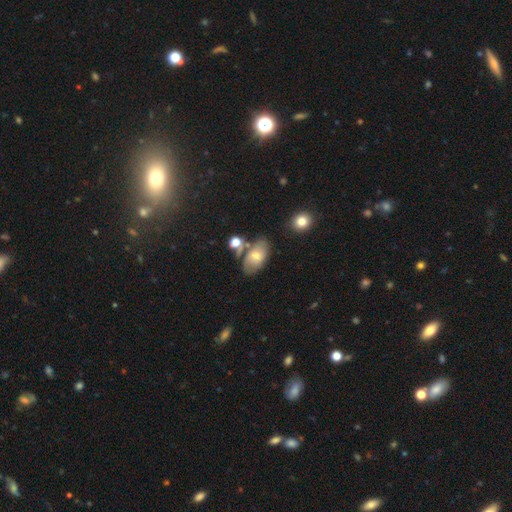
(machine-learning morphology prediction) type=smooth (58%); roundness=in between (88%); merging=none (55%).